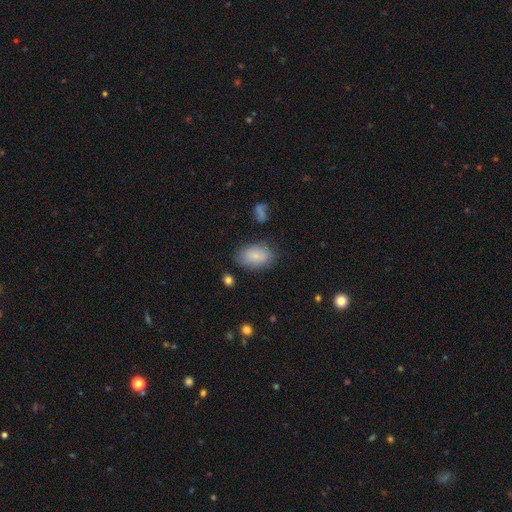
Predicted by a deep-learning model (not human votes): smooth 79%, featured or disk 13%, star or artifact 8%. Down the decision tree: how rounded — in between (89%); merging — none (73%).